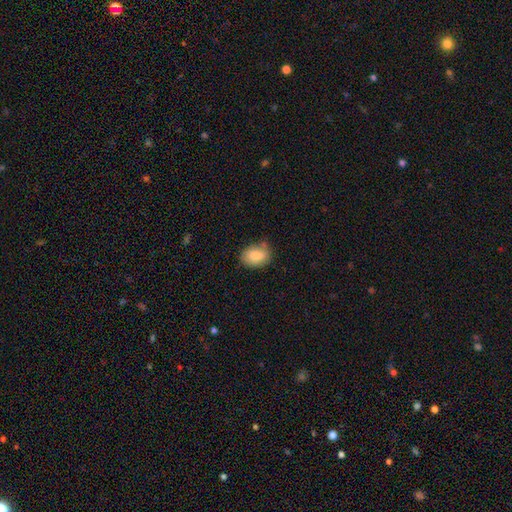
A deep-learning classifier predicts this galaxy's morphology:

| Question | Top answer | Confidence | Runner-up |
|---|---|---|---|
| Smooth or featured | smooth | 85% | featured or disk (8%) |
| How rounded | in between | 79% | round (20%) |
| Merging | none | 72% | minor disturbance (20%) |